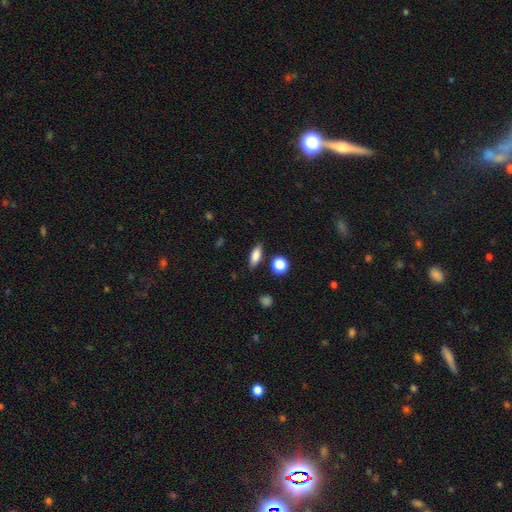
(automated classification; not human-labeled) A smooth galaxy with no disk features (81%) that is in between round and cigar-shaped (67%). Merging: none (83%).